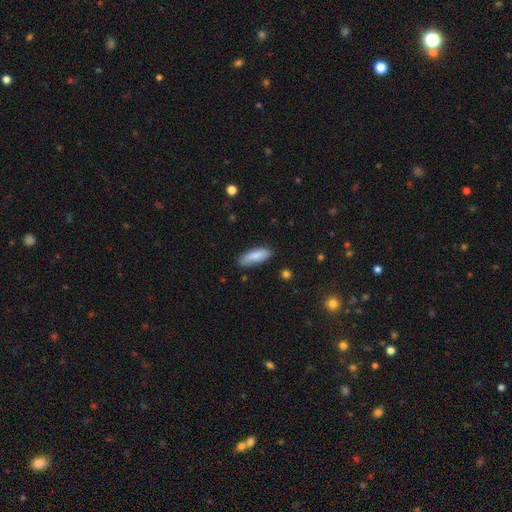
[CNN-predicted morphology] smooth_or_featured: smooth (p=0.82) [alt: featured or disk p=0.12]
how_rounded: in between (p=0.63) [alt: cigar-shaped p=0.36]
merging: none (p=0.82) [alt: minor disturbance p=0.14]